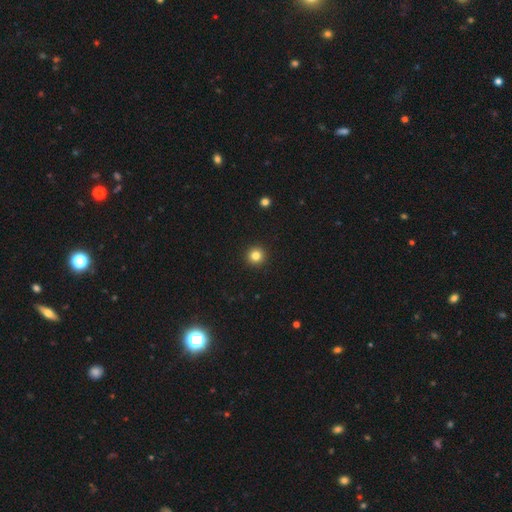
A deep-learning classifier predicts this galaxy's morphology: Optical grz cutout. It shows a smooth galaxy with no disk features (83%) that is round (96%). Merging: none (94%).